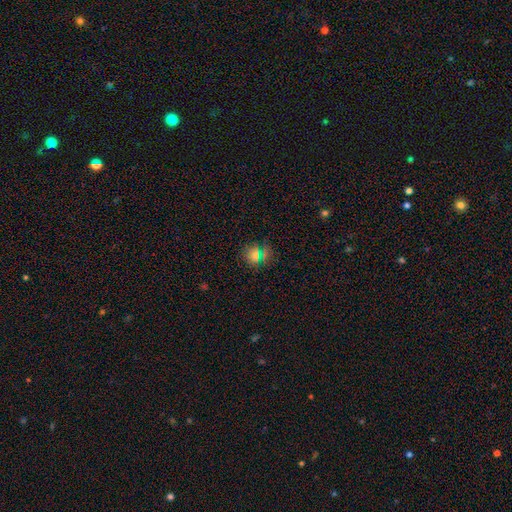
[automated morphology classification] A smooth galaxy with no disk features (65%) that is round (87%). Merging: none (84%).